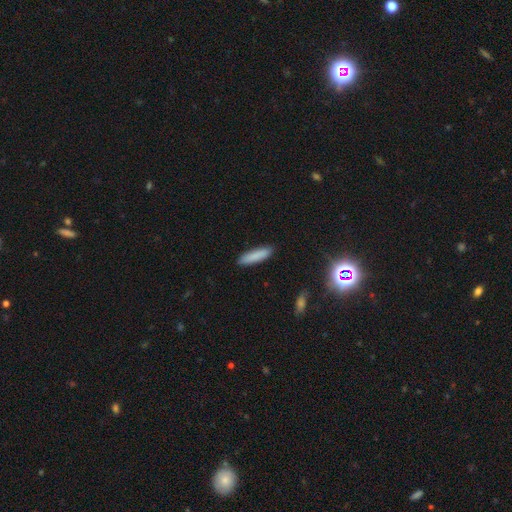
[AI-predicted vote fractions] A smooth galaxy with no disk features (86%) that is cigar-shaped (74%).

Vote fractions:
- Smooth or featured? smooth: 86% / featured or disk: 7% / star or artifact: 7%
- How rounded? cigar-shaped: 74% / in between: 24% / round: 1%
- Merging? none: 89% / minor disturbance: 8% / major disturbance: 2% / merger: 1%